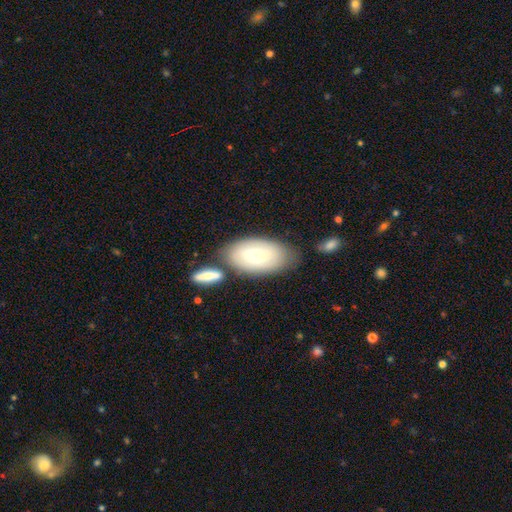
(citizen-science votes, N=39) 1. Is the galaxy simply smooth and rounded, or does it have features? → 56% featured or disk, 36% smooth, 8% star or artifact.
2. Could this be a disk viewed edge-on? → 73% no, 27% yes.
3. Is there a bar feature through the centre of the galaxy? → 50% weak, 31% no, 19% strong.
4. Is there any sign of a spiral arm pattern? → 62% yes, 38% no.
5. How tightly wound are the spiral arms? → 60% tight, 20% medium, 20% loose.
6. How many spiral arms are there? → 60% can't tell, 30% 2, 10% 3, 0% 1, 0% 4, 0% more than 4.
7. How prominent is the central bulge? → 56% small, 38% moderate, 6% large, 0% dominant, 0% none.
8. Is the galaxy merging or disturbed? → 64% none, 22% minor disturbance, 14% merger, 0% major disturbance.